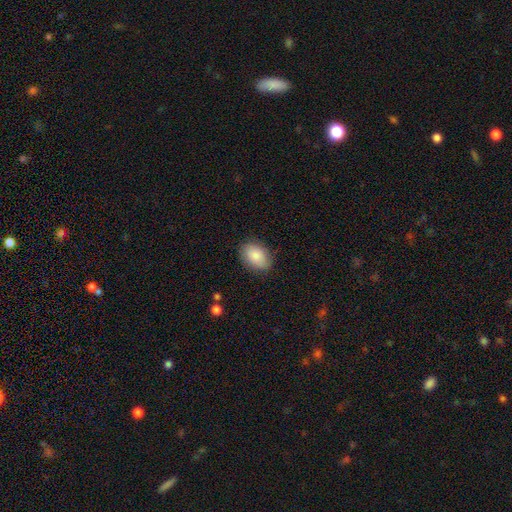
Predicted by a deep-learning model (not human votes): The model was most divided on "how rounded": in between: 80%, round: 19%, cigar-shaped: 1%. More confident: smooth or featured — smooth (85%); merging — none (83%).